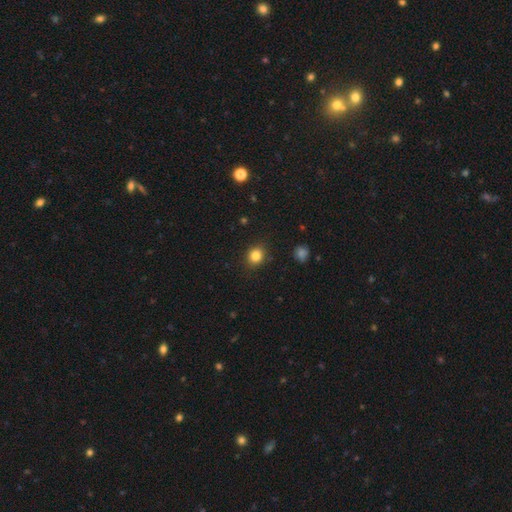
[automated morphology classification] smooth_or_featured: smooth (p=0.83) [alt: star or artifact p=0.11]
how_rounded: round (p=0.70) [alt: in between p=0.29]
merging: none (p=0.87) [alt: minor disturbance p=0.09]